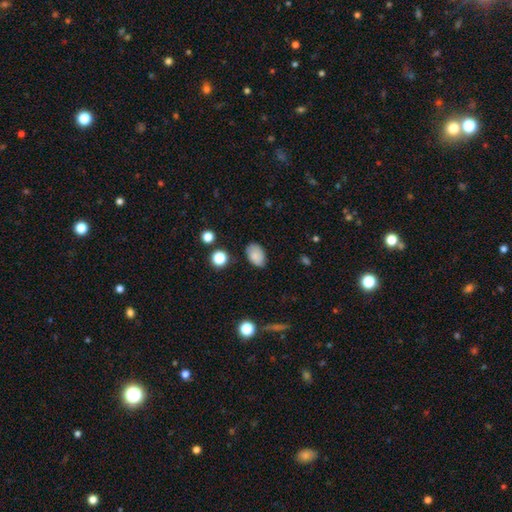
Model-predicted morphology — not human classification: Smooth or featured? smooth (82%)
How rounded? in between (87%)
Merging? none (75%)